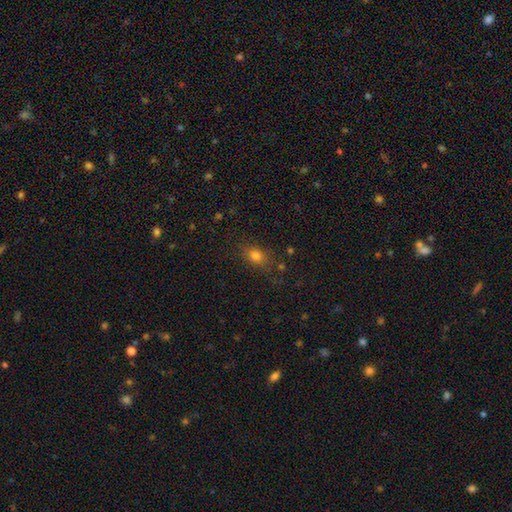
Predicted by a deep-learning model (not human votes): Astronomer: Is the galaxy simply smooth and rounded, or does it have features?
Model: smooth — 76%.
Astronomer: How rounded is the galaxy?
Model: in between — 56% (runner-up: round, 40%).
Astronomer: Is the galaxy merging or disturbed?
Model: none — 76%.